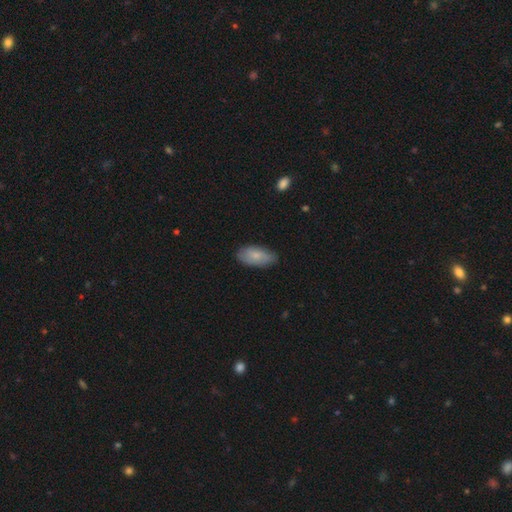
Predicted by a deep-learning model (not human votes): The model was most divided on "merging": none: 77%, minor disturbance: 19%, major disturbance: 3%, merger: 1%. More confident: how rounded — in between (93%); smooth or featured — smooth (79%).